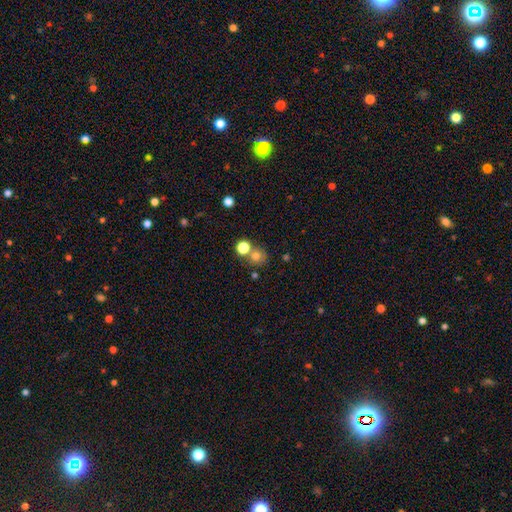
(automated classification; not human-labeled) A smooth galaxy with no disk features (73%) that is round (85%). Merging: none (63%).